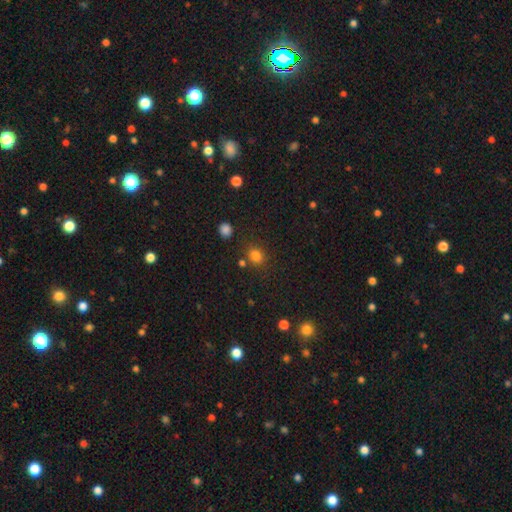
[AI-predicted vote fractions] A smooth galaxy with no disk features (81%) that is round (68%). Merging: none (77%).